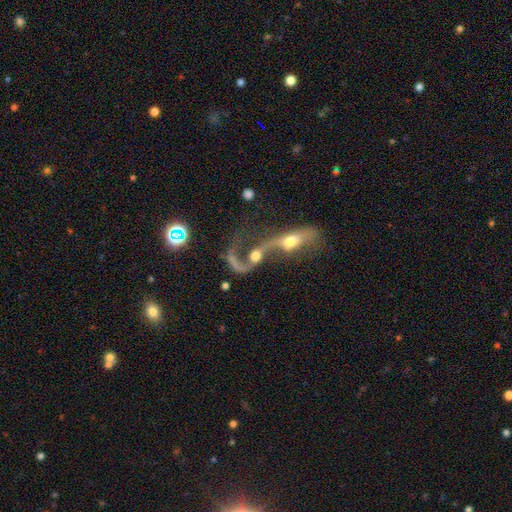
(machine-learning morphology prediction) This is likely a featured or disk galaxy (73%). It is clearly not viewed edge-on (90%). Bar: likely no (64%). Spiral arm pattern: likely yes (78%). Spiral arm count: likely 2 (69%). Spiral winding: clearly loose (84%). Central bulge: possibly moderate (58%). Merging: likely merger (73%).